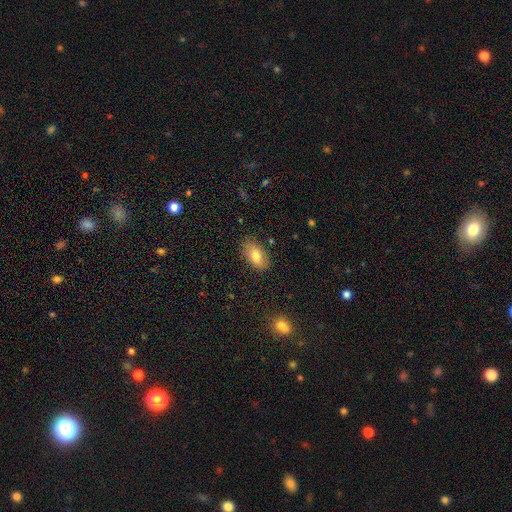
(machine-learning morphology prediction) Smooth or featured? Predicted: smooth (p=0.79). How rounded? Predicted: in between (p=0.91). Merging? Predicted: none (p=0.83).